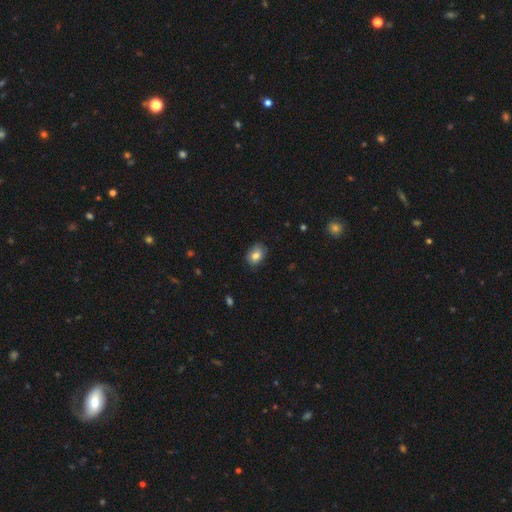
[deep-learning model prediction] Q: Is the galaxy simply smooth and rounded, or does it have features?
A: smooth — 78%.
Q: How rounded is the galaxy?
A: in between — 68%.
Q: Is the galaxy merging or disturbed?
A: none — 74%.